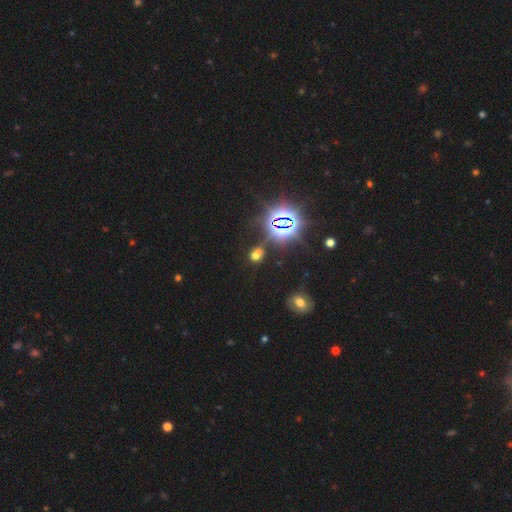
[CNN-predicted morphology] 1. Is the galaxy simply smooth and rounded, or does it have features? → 47% smooth, 44% star or artifact, 9% featured or disk.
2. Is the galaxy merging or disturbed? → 62% none, 16% merger, 15% minor disturbance, 8% major disturbance.